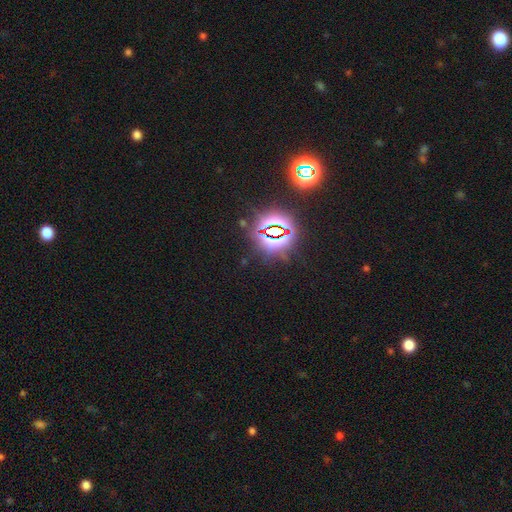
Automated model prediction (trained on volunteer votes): Overall: star or artifact (81%).